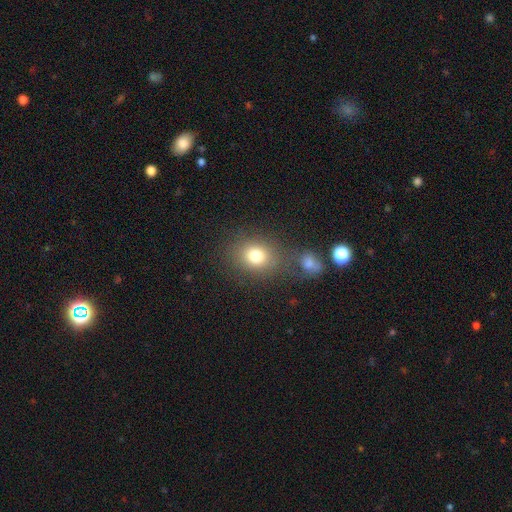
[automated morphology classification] Smooth or featured?
  - smooth: 79% *
  - star or artifact: 12%
  - featured or disk: 9%
How rounded?
  - round: 61% *
  - in between: 38%
  - cigar-shaped: 1%
Merging?
  - none: 63% *
  - merger: 21%
  - minor disturbance: 11%
  - major disturbance: 5%